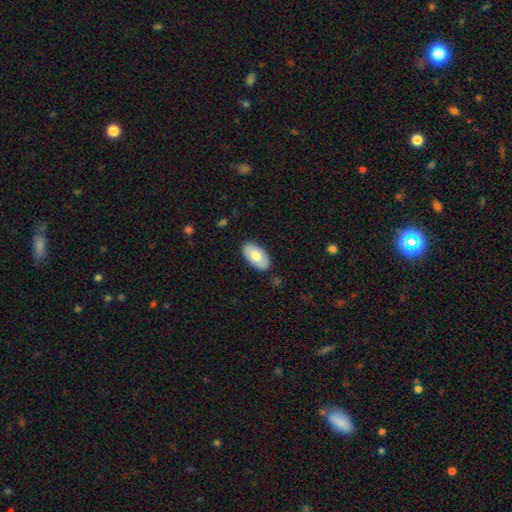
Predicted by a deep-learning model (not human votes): Smooth or featured? Predicted: smooth (p=0.73). How rounded? Predicted: in between (p=0.95). Merging? Predicted: none (p=0.86).